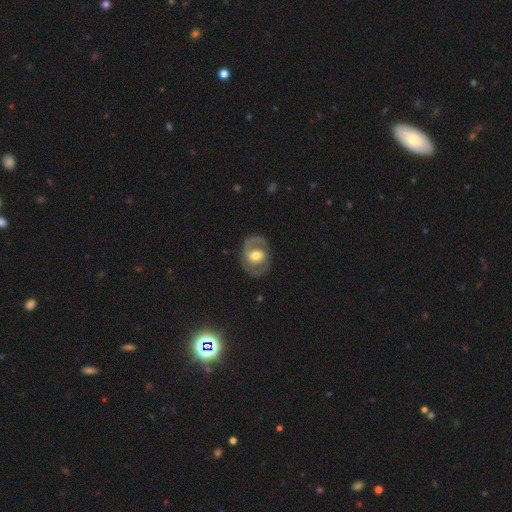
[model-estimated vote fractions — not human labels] This appears to be a featured or disk galaxy (70%) with a weak bar (42%), 2 (83%) medium (49%) spiral arms (75%) and a moderate central bulge (64%). Merging: none (77%).